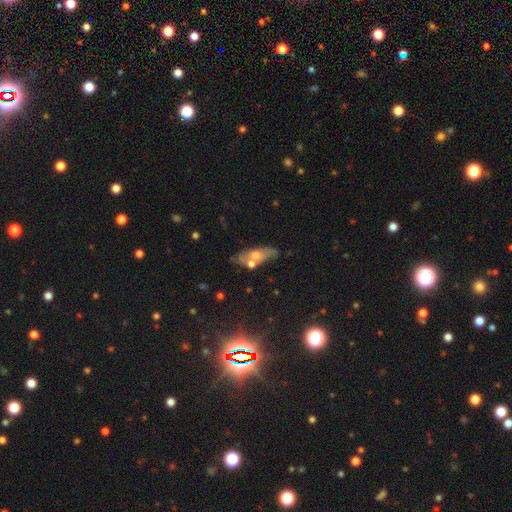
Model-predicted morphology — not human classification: Smooth or featured: smooth — 45% (featured or disk — 43%)
Merging: none — 48% (minor disturbance — 22%)